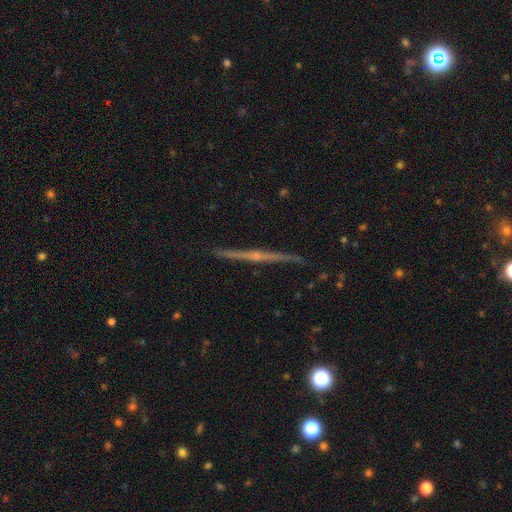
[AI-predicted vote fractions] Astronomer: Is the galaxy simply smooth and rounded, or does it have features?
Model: featured or disk — 81%.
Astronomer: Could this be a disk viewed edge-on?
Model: yes — 98%.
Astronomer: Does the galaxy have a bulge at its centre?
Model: rounded — 68%.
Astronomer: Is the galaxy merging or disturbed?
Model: none — 90%.